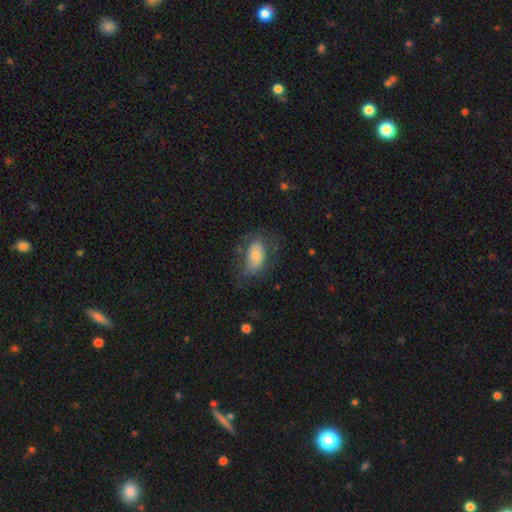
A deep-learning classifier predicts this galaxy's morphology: smooth-or-featured: smooth: 60% | featured or disk: 32% | star or artifact: 8%
  how-rounded: in between: 88% | round: 9% | cigar-shaped: 3%
  merging: none: 51% | minor disturbance: 26% | major disturbance: 21% | merger: 2%